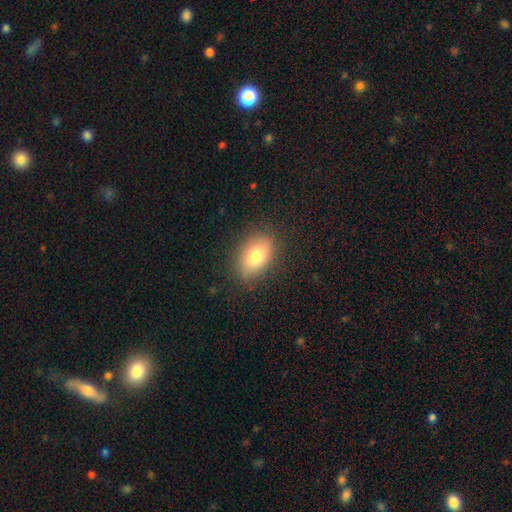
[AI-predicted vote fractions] This appears to be a smooth galaxy with no disk features (79%) that is in between round and cigar-shaped (86%). Merging: none (85%).